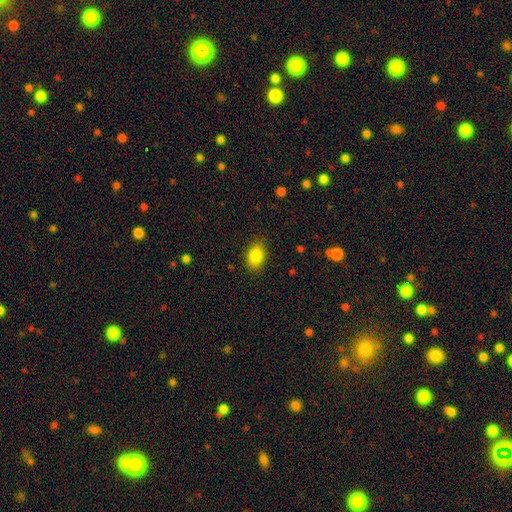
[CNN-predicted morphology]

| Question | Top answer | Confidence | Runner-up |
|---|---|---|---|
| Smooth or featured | smooth | 85% | star or artifact (9%) |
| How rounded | in between | 79% | round (20%) |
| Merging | none | 85% | minor disturbance (11%) |